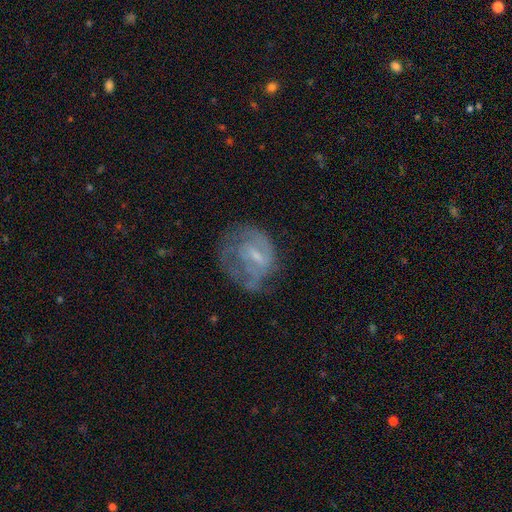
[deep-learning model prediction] smooth_or_featured: featured or disk (p=0.64) [alt: smooth p=0.27]
disk_edge_on: no (p=0.97) [alt: yes p=0.03]
bar: weak (p=0.53) [alt: no p=0.35]
has_spiral_arms: yes (p=0.61) [alt: no p=0.39]
bulge_size: small (p=0.54) [alt: moderate p=0.25]
merging: none (p=0.41) [alt: major disturbance p=0.31]